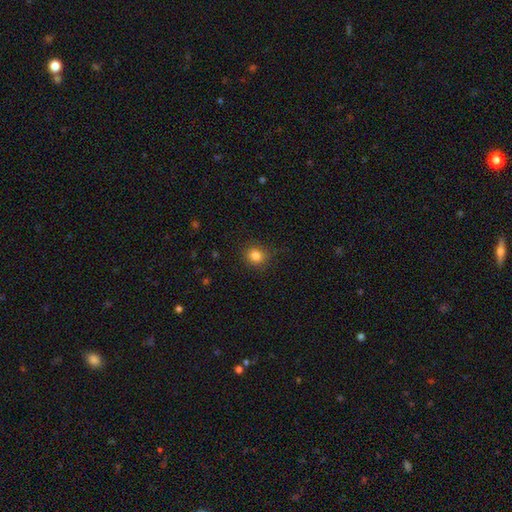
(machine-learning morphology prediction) Q: Smooth or featured?
A: smooth (82%); runner-up: star or artifact (13%)
Q: How rounded?
A: round (85%); runner-up: in between (14%)
Q: Merging?
A: none (85%); runner-up: minor disturbance (11%)